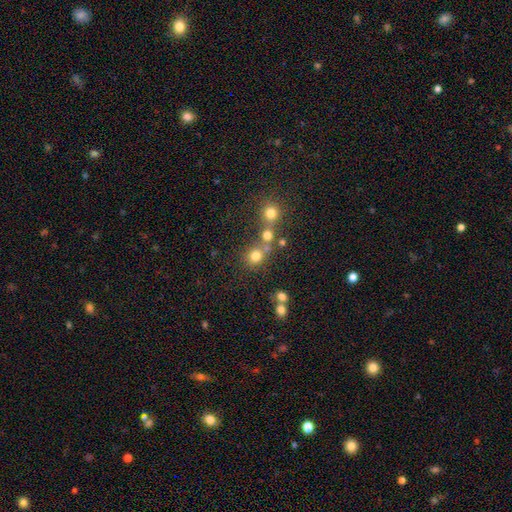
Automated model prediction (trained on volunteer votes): smooth-or-featured: smooth: 75% | star or artifact: 16% | featured or disk: 8%
  how-rounded: round: 87% | in between: 12% | cigar-shaped: 1%
  merging: none: 61% | merger: 26% | minor disturbance: 8% | major disturbance: 4%